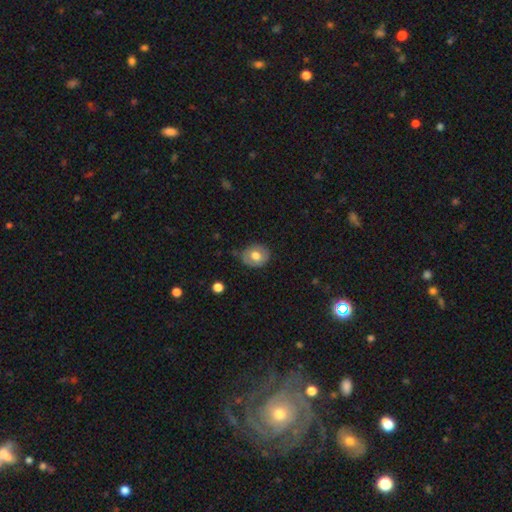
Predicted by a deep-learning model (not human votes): smooth 63%, featured or disk 29%, star or artifact 8%. Down the decision tree: how rounded — round (65%); merging — none (74%).